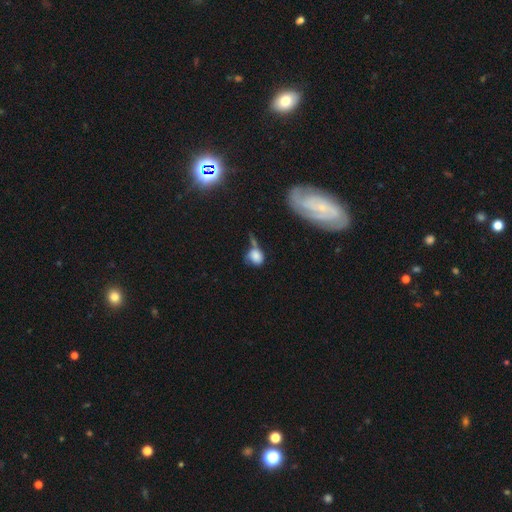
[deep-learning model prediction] Overall: smooth (74%). How rounded: round (62%; in between 36%). Merging: none (31%; merger 26%).